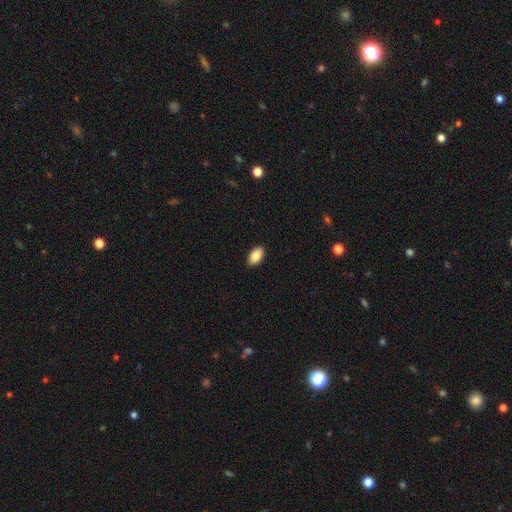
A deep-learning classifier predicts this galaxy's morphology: smooth-or-featured: smooth: 87% | star or artifact: 7% | featured or disk: 6%
  how-rounded: in between: 94% | round: 4% | cigar-shaped: 2%
  merging: none: 90% | minor disturbance: 7% | major disturbance: 2% | merger: 1%